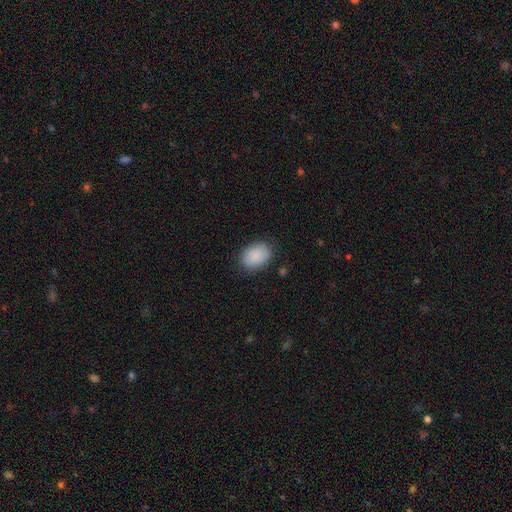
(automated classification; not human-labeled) Morphology: type=smooth (89%); roundness=in between (84%); merging=none (84%).